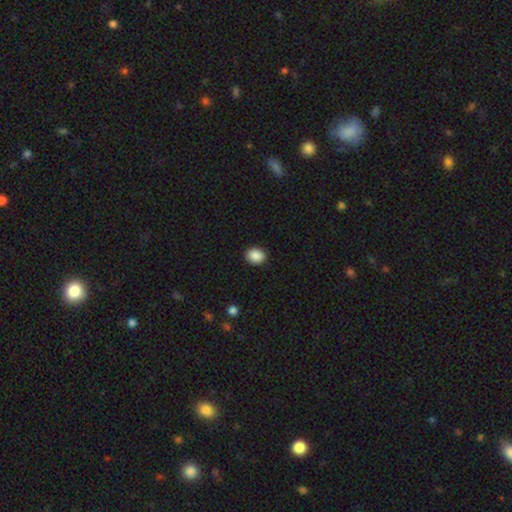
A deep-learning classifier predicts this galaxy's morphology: A smooth galaxy with no disk features (88%) that is round (59%).

Vote fractions:
- Smooth or featured? smooth: 88% / star or artifact: 8% / featured or disk: 3%
- How rounded? round: 59% / in between: 40% / cigar-shaped: 1%
- Merging? none: 91% / minor disturbance: 6% / major disturbance: 2% / merger: 1%